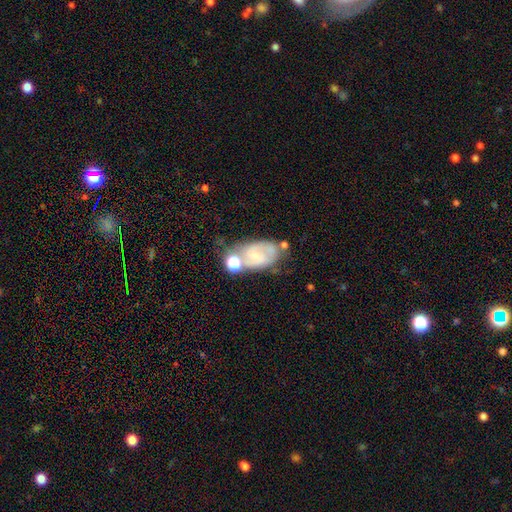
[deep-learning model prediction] smooth_or_featured: featured or disk (p=0.59) [alt: smooth p=0.31]
disk_edge_on: no (p=0.96) [alt: yes p=0.04]
bar: no (p=0.45) [alt: weak p=0.40]
has_spiral_arms: yes (p=0.70) [alt: no p=0.30]
bulge_size: small (p=0.58) [alt: moderate p=0.23]
merging: none (p=0.40) [alt: merger p=0.25]